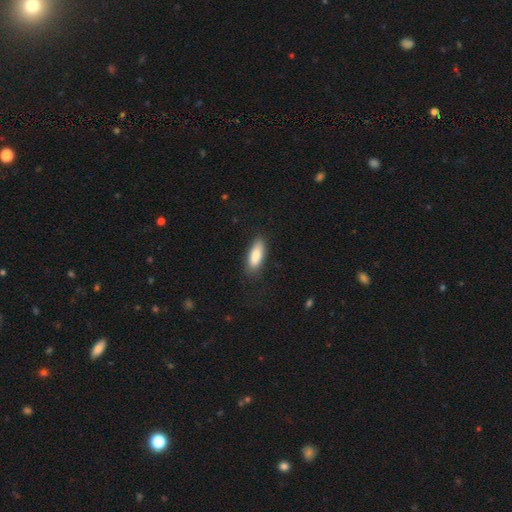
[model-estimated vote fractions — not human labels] Overall: smooth (84%). How rounded: in between (70%). Merging: none (79%).